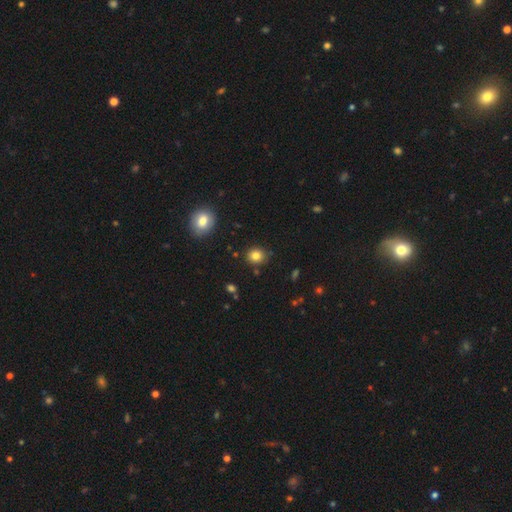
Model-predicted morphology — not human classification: A smooth galaxy with no disk features (83%) that is round (75%).

Vote fractions:
- Smooth or featured? smooth: 83% / star or artifact: 11% / featured or disk: 6%
- How rounded? round: 75% / in between: 24% / cigar-shaped: 1%
- Merging? none: 85% / minor disturbance: 11% / merger: 2% / major disturbance: 2%